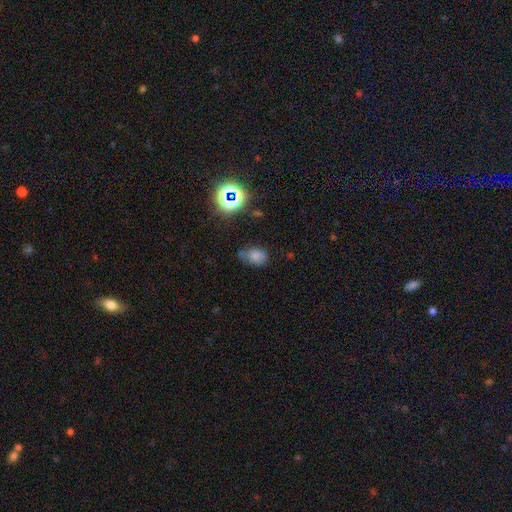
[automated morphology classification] This appears to be a smooth galaxy with no disk features (70%) that is in between round and cigar-shaped (81%). Merging: none (53%).